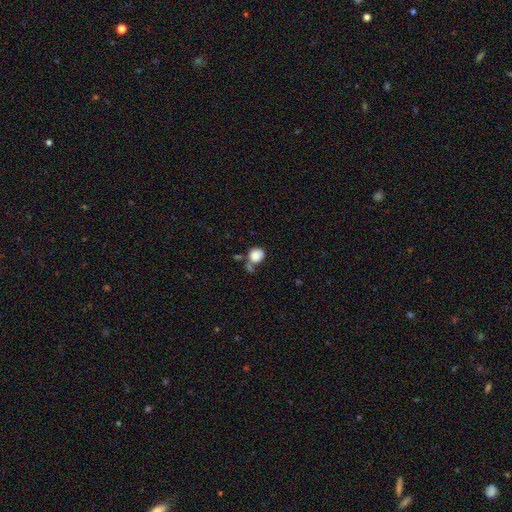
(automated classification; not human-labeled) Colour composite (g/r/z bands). It shows a smooth galaxy with no disk features (86%) that is round (73%). Merging: none (53%).